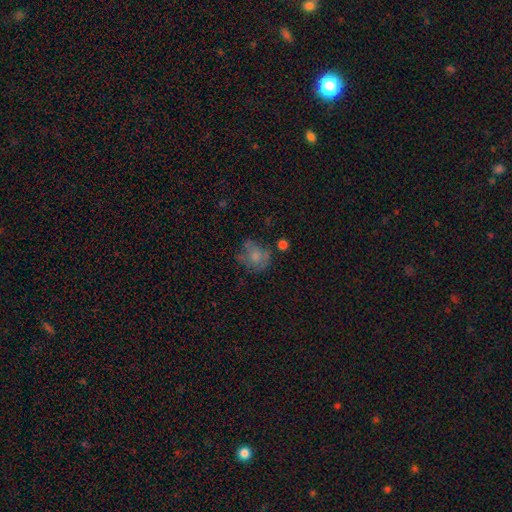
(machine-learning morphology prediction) Overall: smooth (60%; featured or disk 29%). How rounded: round (62%; in between 37%). Merging: none (44%; minor disturbance 27%).